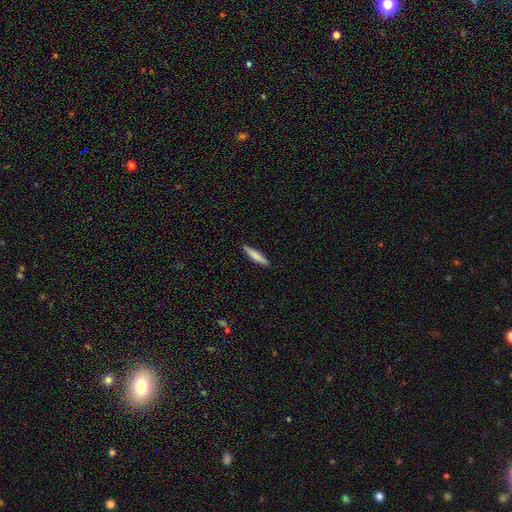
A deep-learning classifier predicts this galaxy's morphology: Smooth or featured?
  - smooth: 78% *
  - featured or disk: 16%
  - star or artifact: 5%
How rounded?
  - cigar-shaped: 90% *
  - in between: 9%
  - round: 1%
Merging?
  - none: 91% *
  - minor disturbance: 7%
  - major disturbance: 2%
  - merger: 1%